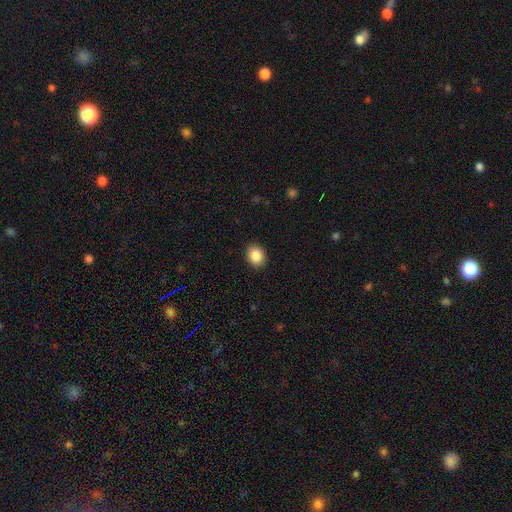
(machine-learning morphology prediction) Q: Smooth or featured?
A: smooth (87%); runner-up: star or artifact (8%)
Q: How rounded?
A: in between (58%); runner-up: round (41%)
Q: Merging?
A: none (91%); runner-up: minor disturbance (7%)